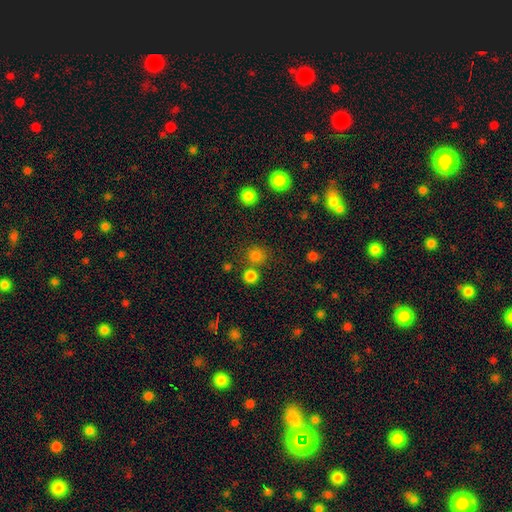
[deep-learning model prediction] smooth_or_featured: smooth (p=0.78) [alt: star or artifact p=0.17]
how_rounded: round (p=0.87) [alt: in between p=0.12]
merging: none (p=0.71) [alt: merger p=0.18]